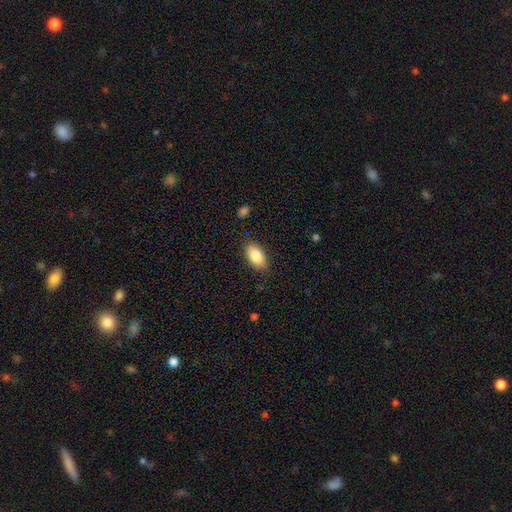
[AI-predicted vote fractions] Q: Smooth or featured?
A: smooth (86%); runner-up: featured or disk (8%)
Q: How rounded?
A: in between (93%); runner-up: round (4%)
Q: Merging?
A: none (85%); runner-up: minor disturbance (11%)